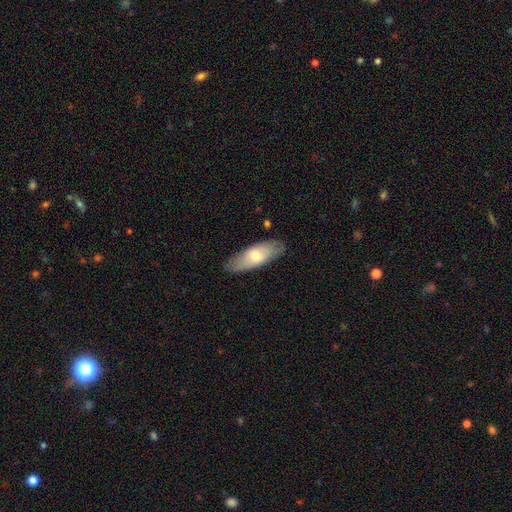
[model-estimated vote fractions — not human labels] smooth-or-featured: smooth: 65% | featured or disk: 29% | star or artifact: 6%
  how-rounded: in between: 69% | cigar-shaped: 28% | round: 2%
  merging: none: 83% | minor disturbance: 13% | major disturbance: 3% | merger: 1%